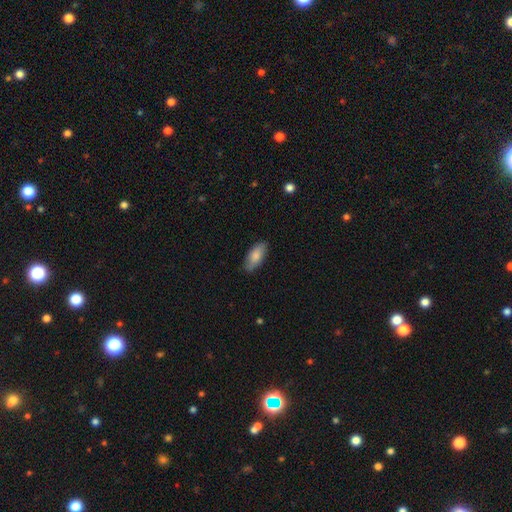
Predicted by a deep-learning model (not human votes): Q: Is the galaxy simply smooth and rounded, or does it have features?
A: smooth — 84%.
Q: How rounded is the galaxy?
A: in between — 86%.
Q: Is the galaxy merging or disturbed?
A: none — 83%.